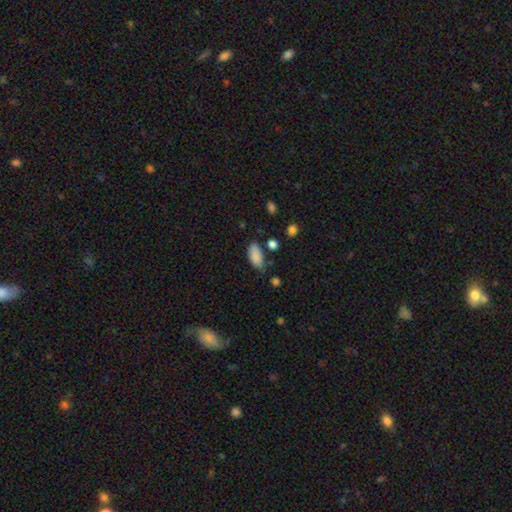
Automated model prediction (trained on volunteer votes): smooth 87%, star or artifact 8%, featured or disk 5%. Down the decision tree: how rounded — in between (91%); merging — none (63%).